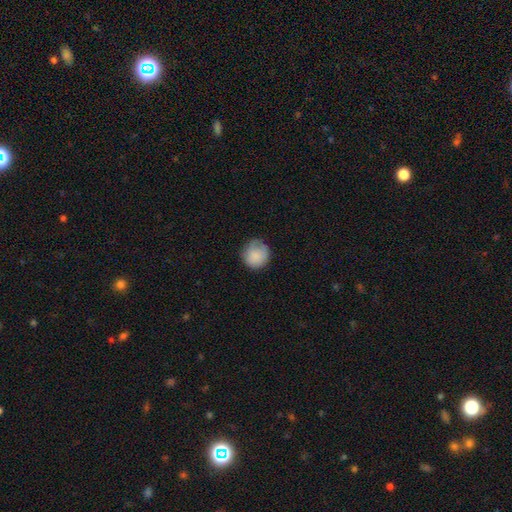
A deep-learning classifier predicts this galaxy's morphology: Q: Smooth or featured?
A: smooth (83%); runner-up: featured or disk (10%)
Q: How rounded?
A: round (88%); runner-up: in between (11%)
Q: Merging?
A: none (67%); runner-up: minor disturbance (25%)